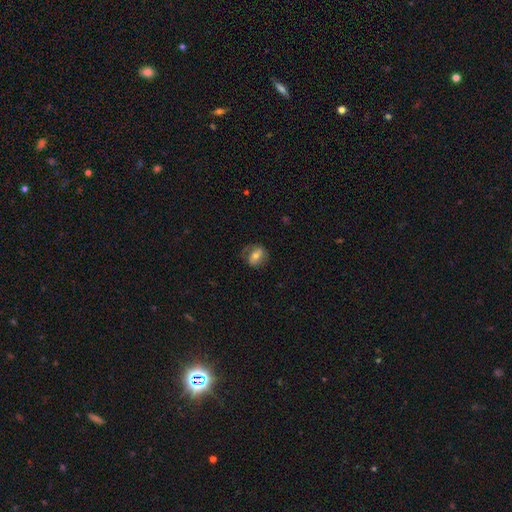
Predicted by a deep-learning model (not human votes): Morphology: type=smooth (53%); roundness=in between (53%); merging=none (69%).